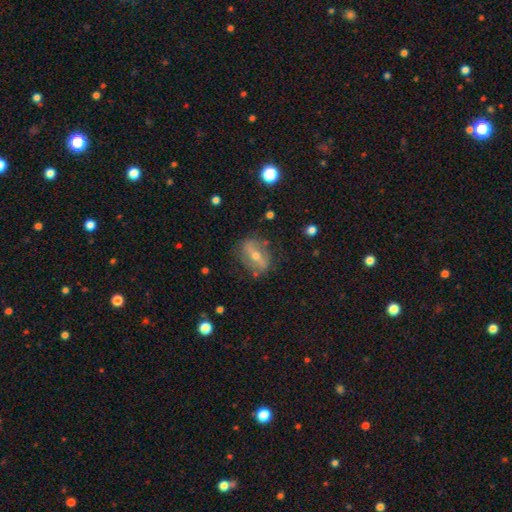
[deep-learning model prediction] Q: Smooth or featured?
A: featured or disk (62%); runner-up: smooth (28%)
Q: Edge-on disk?
A: no (74%); runner-up: yes (26%)
Q: Merging?
A: none (77%); runner-up: minor disturbance (15%)